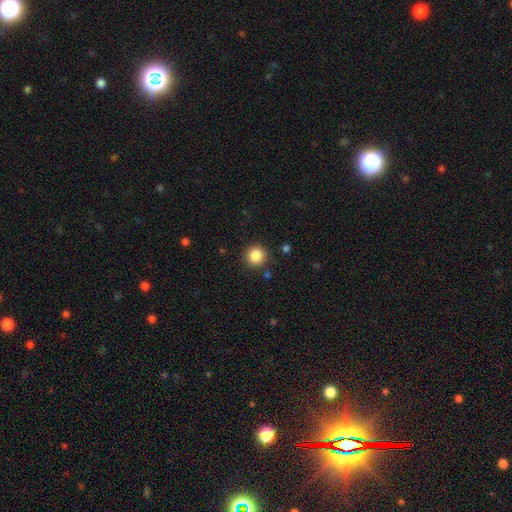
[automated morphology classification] The model was most divided on "smooth or featured": smooth: 86%, star or artifact: 10%, featured or disk: 4%. More confident: how rounded — round (94%); merging — none (89%).